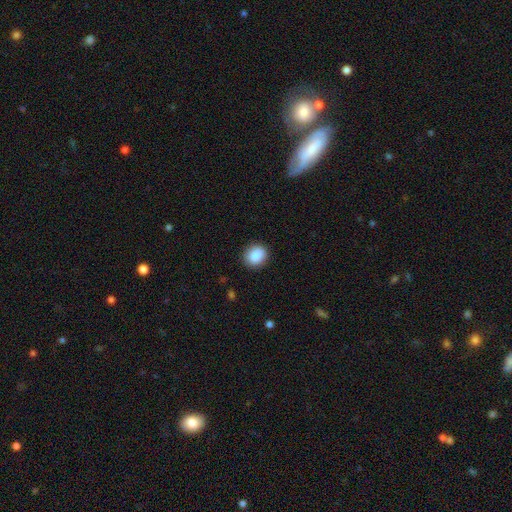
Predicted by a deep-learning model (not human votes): smooth-or-featured: smooth: 87% | star or artifact: 8% | featured or disk: 5%
  how-rounded: round: 77% | in between: 22% | cigar-shaped: 1%
  merging: none: 88% | minor disturbance: 9% | major disturbance: 2% | merger: 1%